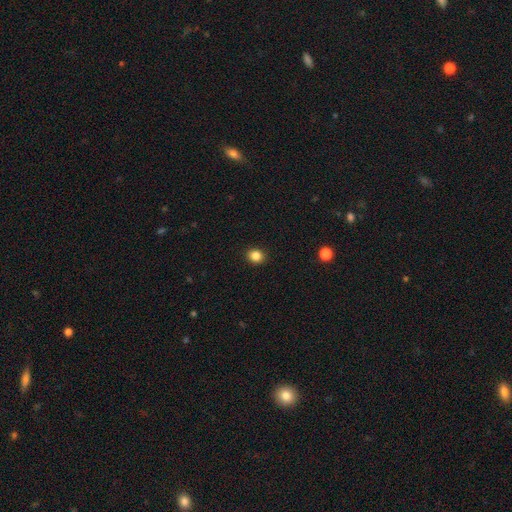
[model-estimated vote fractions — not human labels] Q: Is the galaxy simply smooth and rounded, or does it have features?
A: smooth — 85%.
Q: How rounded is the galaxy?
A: round — 80%.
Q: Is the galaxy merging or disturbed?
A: none — 92%.